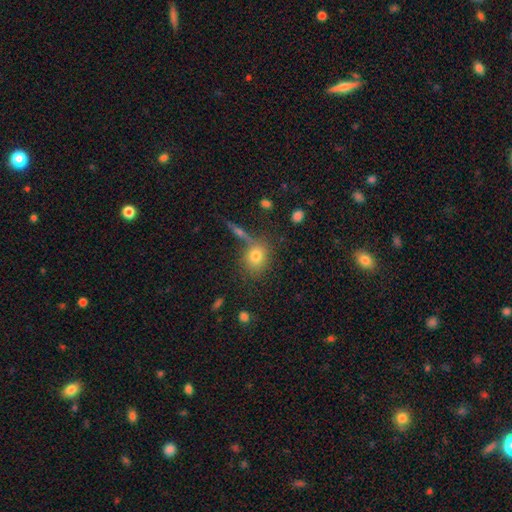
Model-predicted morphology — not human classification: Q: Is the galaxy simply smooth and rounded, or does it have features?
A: smooth — 75%.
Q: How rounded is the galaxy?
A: round — 65%.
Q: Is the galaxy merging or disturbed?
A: none — 67%.